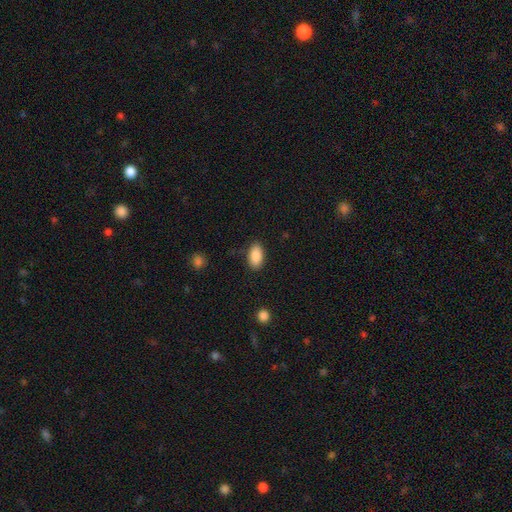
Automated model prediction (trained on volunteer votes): smooth 89%, star or artifact 7%, featured or disk 4%. Down the decision tree: how rounded — in between (93%); merging — none (86%).